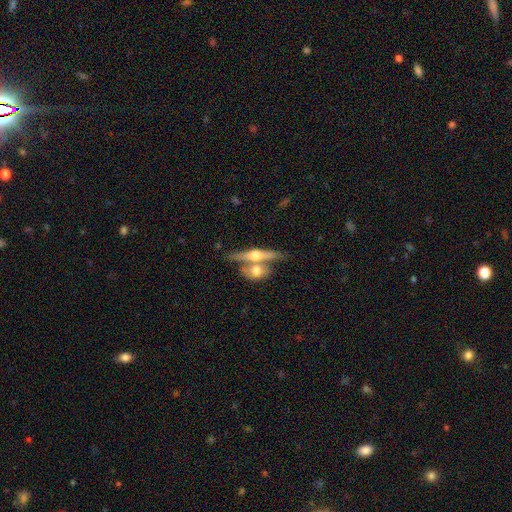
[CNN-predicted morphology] Q: Smooth or featured?
A: featured or disk (64%); runner-up: smooth (30%)
Q: Edge-on disk?
A: yes (90%); runner-up: no (10%)
Q: Edge-on bulge?
A: rounded (94%); runner-up: boxy (3%)
Q: Merging?
A: none (44%); runner-up: merger (43%)